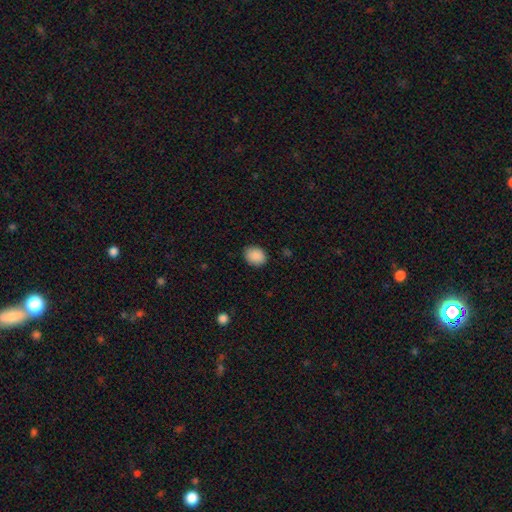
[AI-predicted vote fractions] smooth 90%, star or artifact 8%, featured or disk 3%. Down the decision tree: how rounded — in between (51%); merging — none (86%).